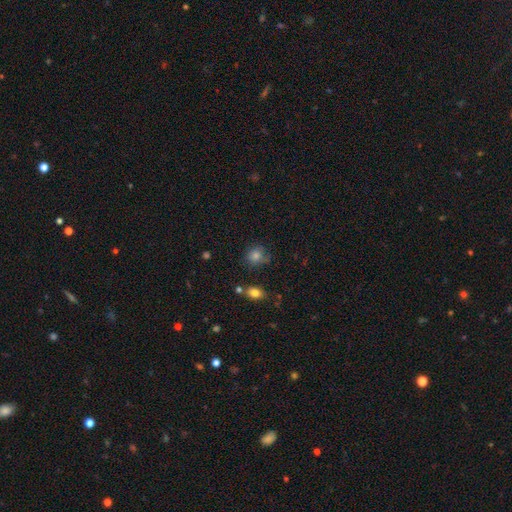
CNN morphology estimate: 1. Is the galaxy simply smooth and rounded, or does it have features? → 76% smooth, 14% star or artifact, 10% featured or disk.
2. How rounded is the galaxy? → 75% round, 24% in between, 1% cigar-shaped.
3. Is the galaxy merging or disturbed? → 70% none, 20% minor disturbance, 6% major disturbance, 4% merger.